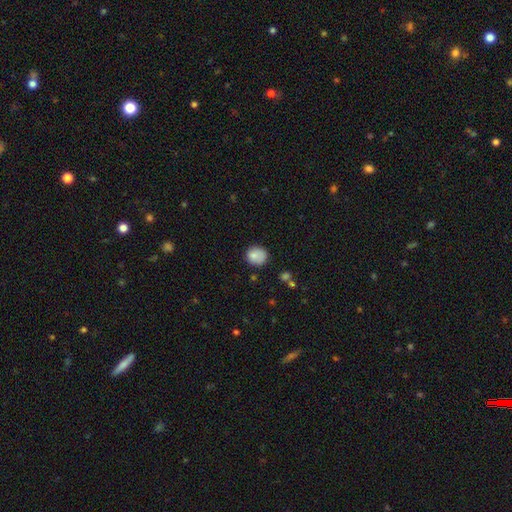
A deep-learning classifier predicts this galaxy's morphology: Smooth or featured?
  - smooth: 82% *
  - featured or disk: 9%
  - star or artifact: 9%
How rounded?
  - round: 78% *
  - in between: 21%
  - cigar-shaped: 1%
Merging?
  - none: 71% *
  - minor disturbance: 21%
  - major disturbance: 5%
  - merger: 3%